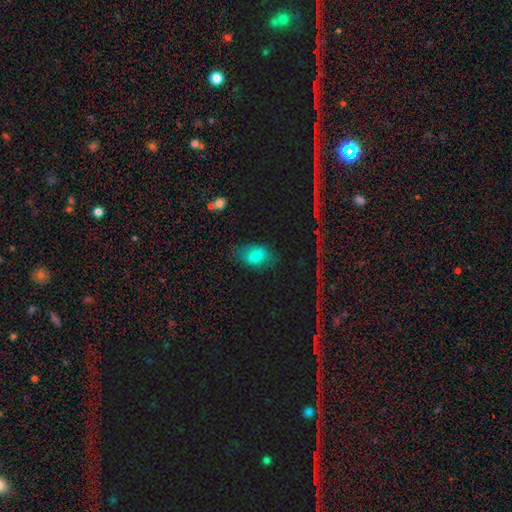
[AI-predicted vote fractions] Smooth or featured?
  - smooth: 78% *
  - star or artifact: 11%
  - featured or disk: 10%
How rounded?
  - in between: 88% *
  - round: 10%
  - cigar-shaped: 2%
Merging?
  - none: 70% *
  - minor disturbance: 22%
  - major disturbance: 6%
  - merger: 2%